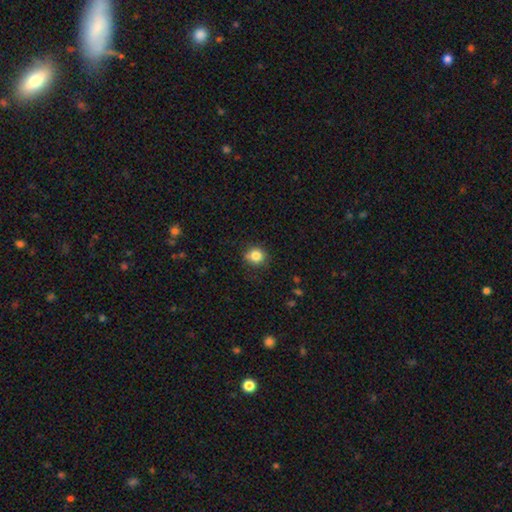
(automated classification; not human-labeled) The model was most divided on "merging": none: 83%, minor disturbance: 13%, major disturbance: 3%, merger: 1%. More confident: how rounded — round (85%); smooth or featured — smooth (83%).